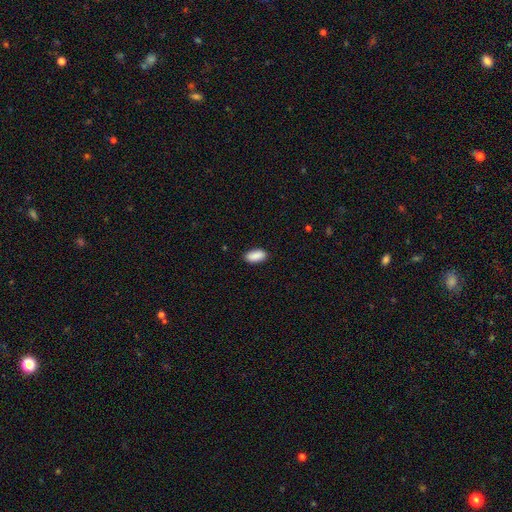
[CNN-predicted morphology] smooth 91%, star or artifact 6%, featured or disk 3%. Down the decision tree: how rounded — in between (91%); merging — none (88%).